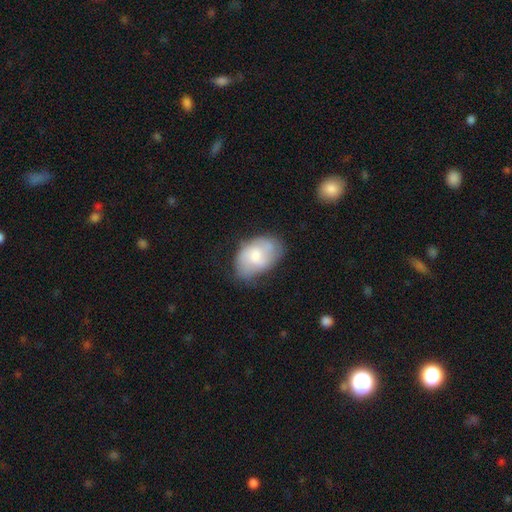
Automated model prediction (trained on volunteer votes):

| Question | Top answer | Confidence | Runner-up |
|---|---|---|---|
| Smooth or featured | smooth | 56% | featured or disk (38%) |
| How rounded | in between | 87% | round (11%) |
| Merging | none | 53% | minor disturbance (32%) |